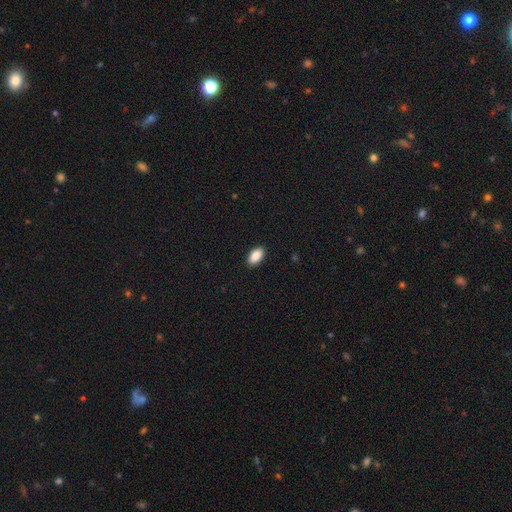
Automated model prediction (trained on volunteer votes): Morphology: type=smooth (89%); roundness=in between (94%); merging=none (90%).